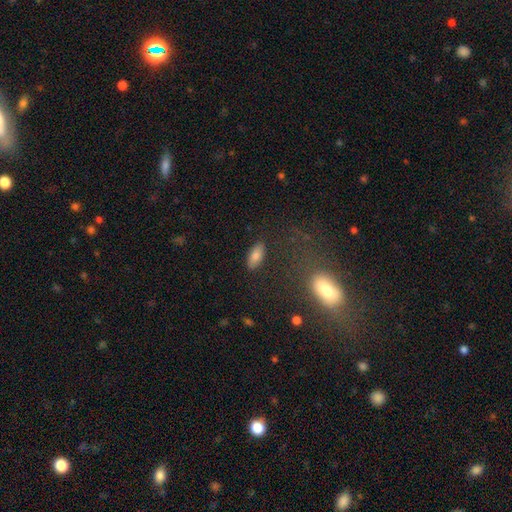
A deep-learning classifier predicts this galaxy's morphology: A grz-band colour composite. It shows a smooth galaxy with no disk features (84%) that is in between round and cigar-shaped (90%). Merging: none (87%).